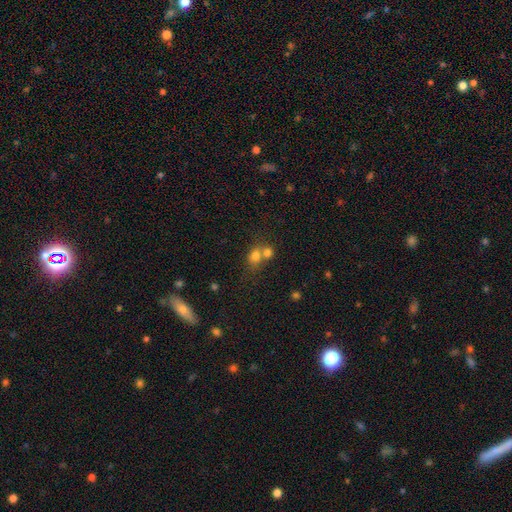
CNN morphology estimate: Q: Smooth or featured?
A: smooth (74%); runner-up: star or artifact (13%)
Q: How rounded?
A: round (62%); runner-up: in between (37%)
Q: Merging?
A: merger (56%); runner-up: none (32%)